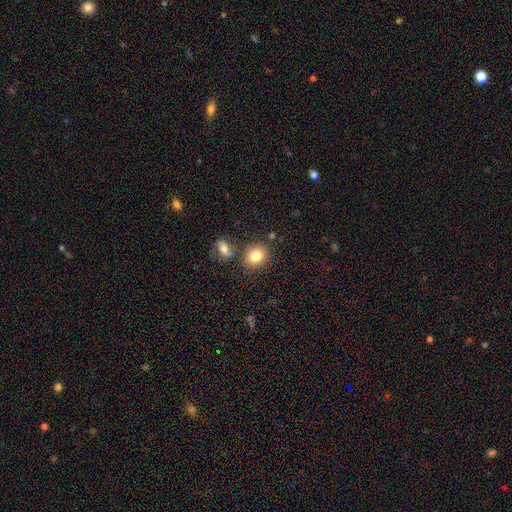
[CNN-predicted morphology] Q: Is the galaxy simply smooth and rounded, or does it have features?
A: smooth — 82%.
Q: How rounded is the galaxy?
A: round — 59%.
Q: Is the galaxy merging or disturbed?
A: none — 73%.